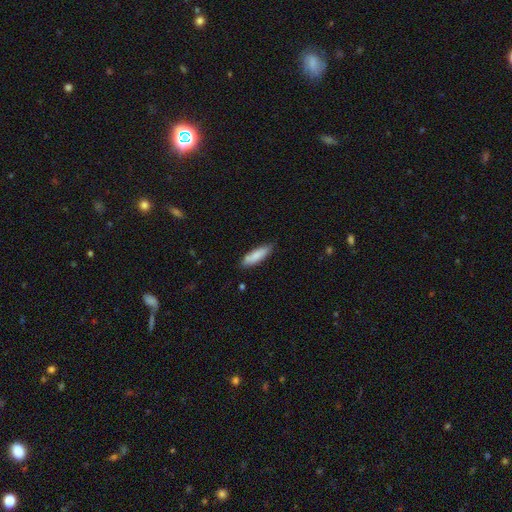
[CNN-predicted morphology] A smooth galaxy with no disk features (84%) that is cigar-shaped (53%). Merging: none (76%).